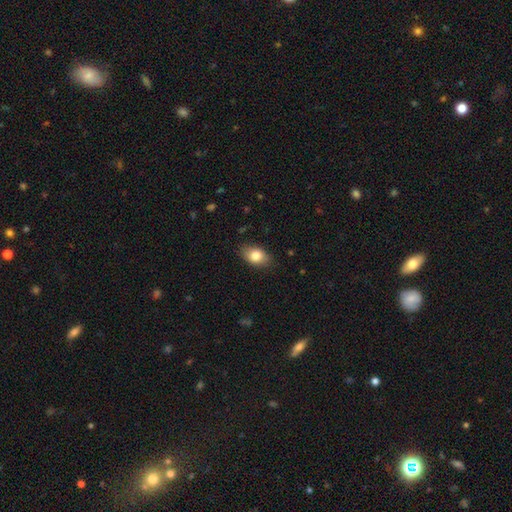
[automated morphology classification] Smooth or featured? smooth (82%)
How rounded? in between (86%)
Merging? none (84%)